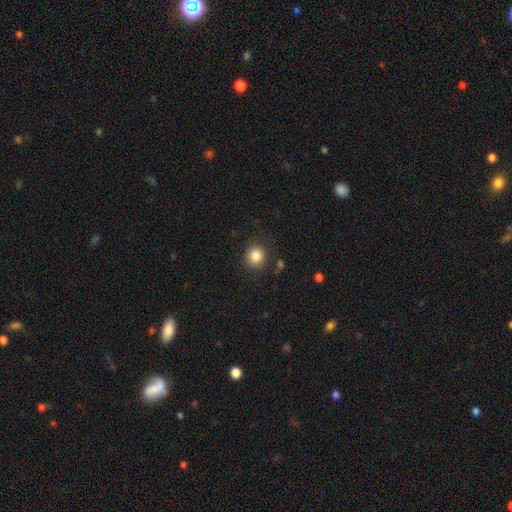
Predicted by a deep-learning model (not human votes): smooth-or-featured: smooth: 85% | star or artifact: 11% | featured or disk: 5%
  how-rounded: round: 89% | in between: 10% | cigar-shaped: 1%
  merging: none: 86% | minor disturbance: 9% | major disturbance: 3% | merger: 2%